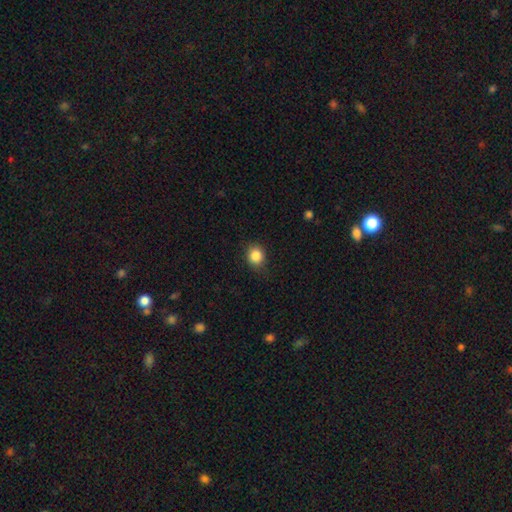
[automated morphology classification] Q: Smooth or featured?
A: smooth (85%); runner-up: star or artifact (10%)
Q: How rounded?
A: round (71%); runner-up: in between (28%)
Q: Merging?
A: none (83%); runner-up: minor disturbance (13%)